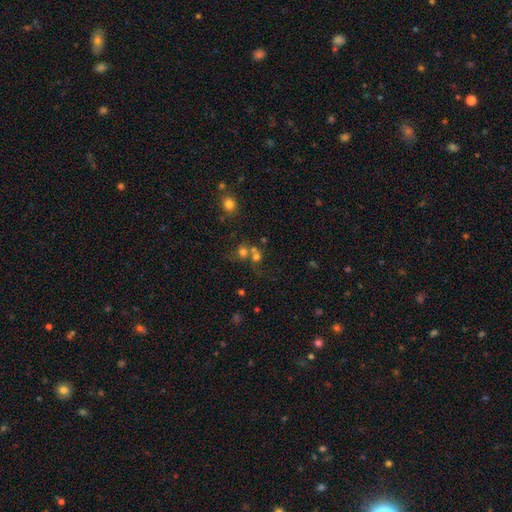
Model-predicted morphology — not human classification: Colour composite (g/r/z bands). It shows a smooth galaxy with no disk features (64%) that is round (80%). Merging: merger (49%).